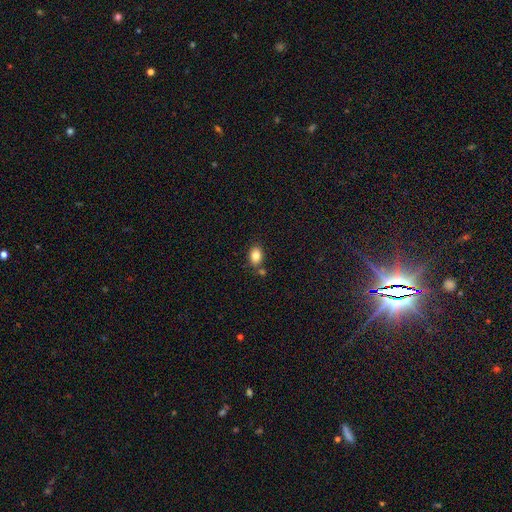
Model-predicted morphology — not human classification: The model was most divided on "how rounded": in between: 74%, round: 25%, cigar-shaped: 1%. More confident: smooth or featured — smooth (83%); merging — none (73%).